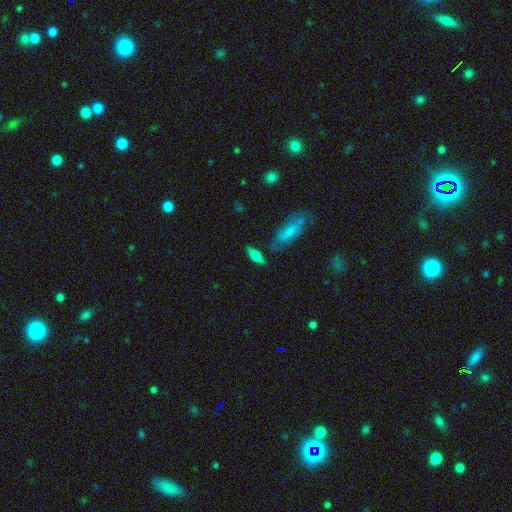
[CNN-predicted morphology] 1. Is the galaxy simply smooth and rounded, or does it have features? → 61% smooth, 32% featured or disk, 8% star or artifact.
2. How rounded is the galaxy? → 59% in between, 37% cigar-shaped, 3% round.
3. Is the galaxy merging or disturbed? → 76% none, 15% minor disturbance, 6% merger, 4% major disturbance.